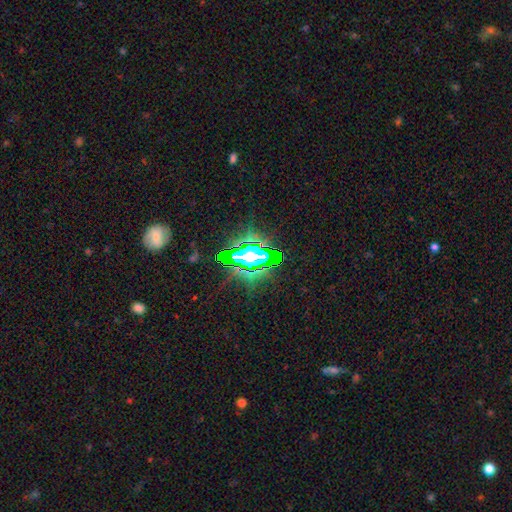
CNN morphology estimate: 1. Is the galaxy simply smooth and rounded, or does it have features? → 80% star or artifact, 12% smooth, 8% featured or disk.